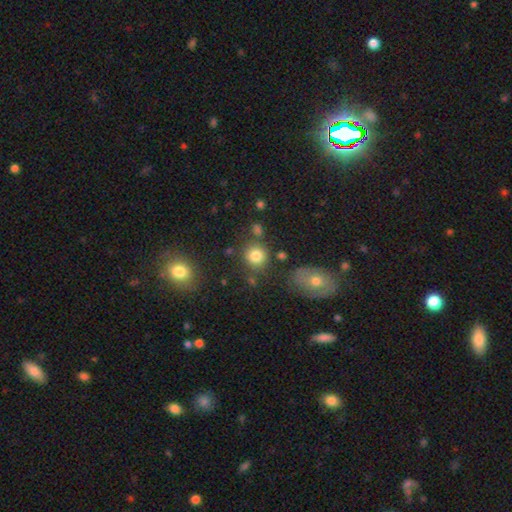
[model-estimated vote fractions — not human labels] smooth 81%, star or artifact 12%, featured or disk 7%. Down the decision tree: how rounded — round (84%); merging — none (74%).